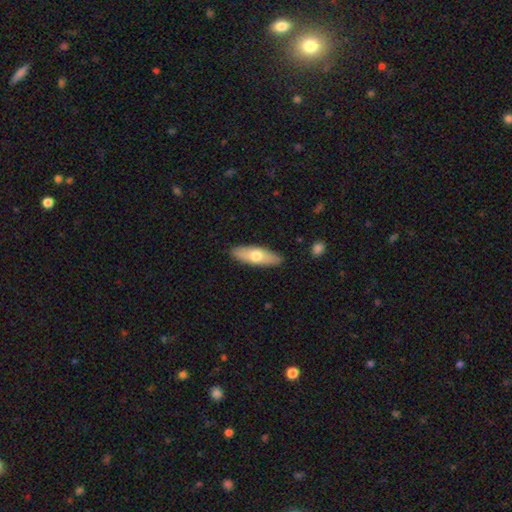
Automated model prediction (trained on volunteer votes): Smooth or featured? Predicted: smooth (p=0.63). How rounded? Predicted: in between (p=0.54). Merging? Predicted: none (p=0.88).